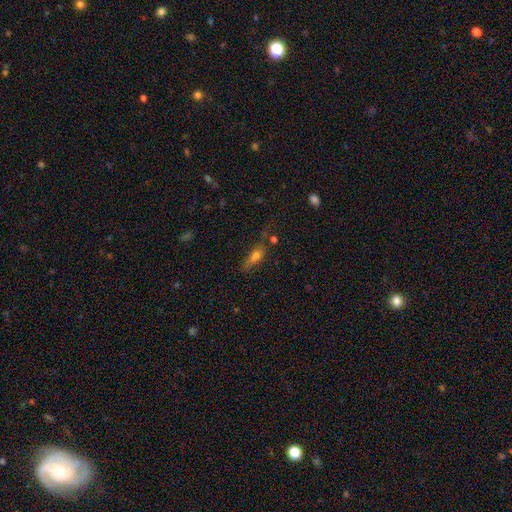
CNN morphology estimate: Smooth or featured? Predicted: smooth (p=0.65). How rounded? Predicted: in between (p=0.57). Merging? Predicted: none (p=0.47).